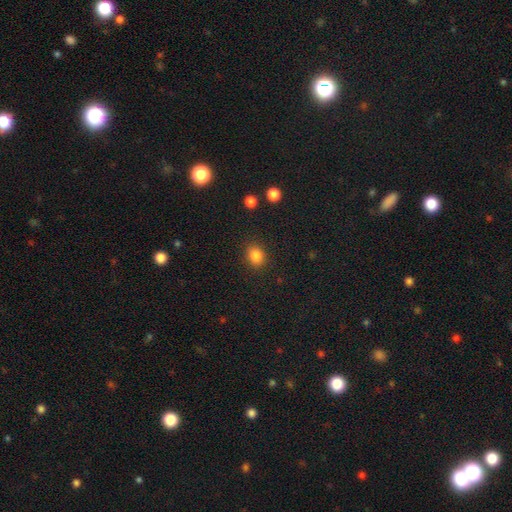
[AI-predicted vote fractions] A smooth galaxy with no disk features (85%) that is round (50%).

Vote fractions:
- Smooth or featured? smooth: 85% / star or artifact: 11% / featured or disk: 4%
- How rounded? round: 50% / in between: 49% / cigar-shaped: 1%
- Merging? none: 86% / minor disturbance: 9% / major disturbance: 3% / merger: 1%